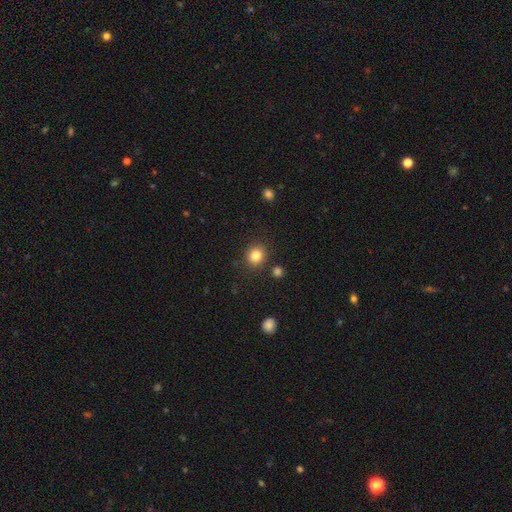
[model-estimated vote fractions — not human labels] Smooth or featured?
  - smooth: 83% *
  - star or artifact: 12%
  - featured or disk: 5%
How rounded?
  - round: 84% *
  - in between: 15%
  - cigar-shaped: 1%
Merging?
  - none: 87% *
  - minor disturbance: 8%
  - merger: 3%
  - major disturbance: 3%